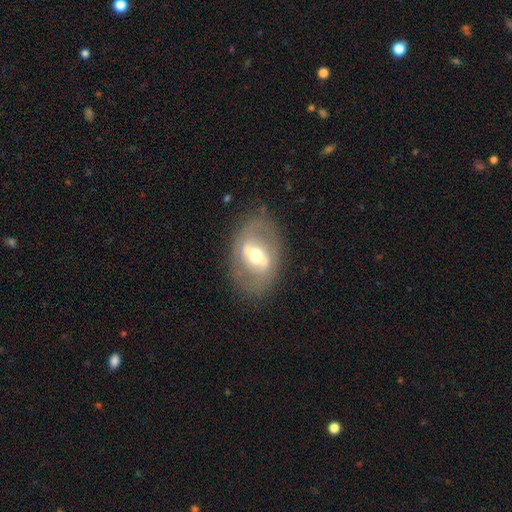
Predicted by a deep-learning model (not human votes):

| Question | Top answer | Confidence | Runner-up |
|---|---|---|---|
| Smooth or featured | featured or disk | 65% | smooth (28%) |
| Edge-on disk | no | 91% | yes (9%) |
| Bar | strong | 44% | weak (36%) |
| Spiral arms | no | 61% | yes (39%) |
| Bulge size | moderate | 69% | large (16%) |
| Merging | none | 76% | minor disturbance (14%) |